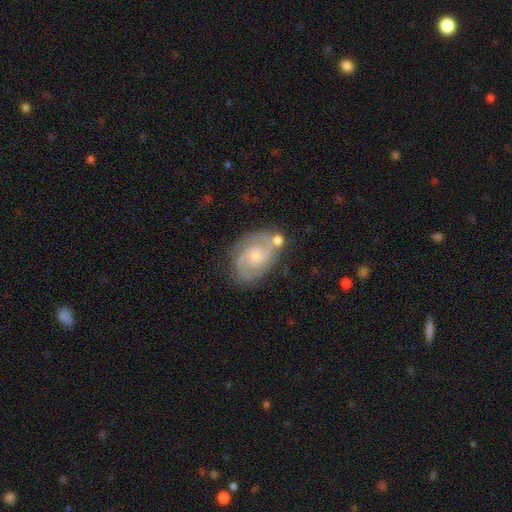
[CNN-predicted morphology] Q: Smooth or featured?
A: featured or disk (87%); runner-up: smooth (7%)
Q: Edge-on disk?
A: no (98%); runner-up: yes (2%)
Q: Bar?
A: no (66%); runner-up: weak (28%)
Q: Spiral arms?
A: yes (97%); runner-up: no (3%)
Q: Spiral winding?
A: tight (47%); runner-up: medium (45%)
Q: Spiral arm count?
A: 2 (85%); runner-up: 3 (6%)
Q: Bulge size?
A: small (69%); runner-up: moderate (26%)
Q: Merging?
A: none (71%); runner-up: minor disturbance (16%)